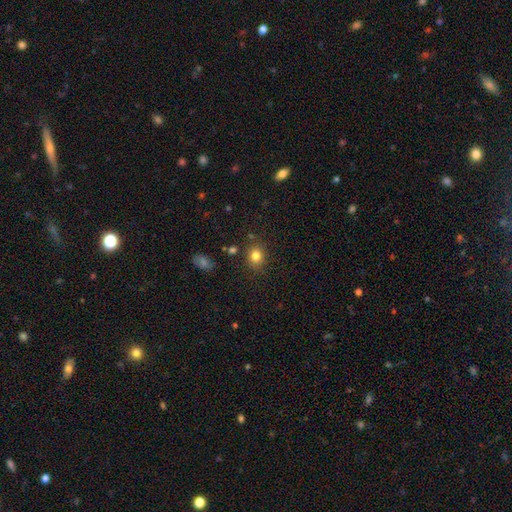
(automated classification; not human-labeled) This appears to be a smooth galaxy with no disk features (81%) that is round (66%). Merging: none (84%).